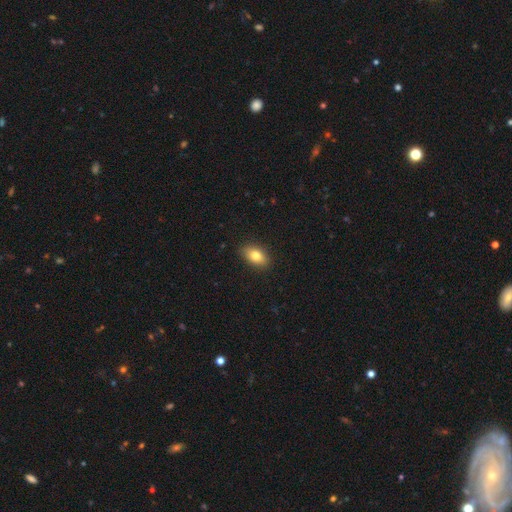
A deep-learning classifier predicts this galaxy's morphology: smooth_or_featured: smooth (p=0.80) [alt: featured or disk p=0.12]
how_rounded: in between (p=0.88) [alt: round p=0.09]
merging: none (p=0.89) [alt: minor disturbance p=0.08]